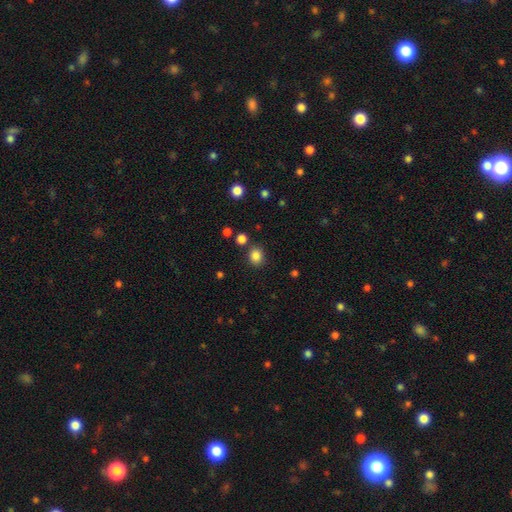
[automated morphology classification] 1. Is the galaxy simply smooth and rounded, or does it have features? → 84% smooth, 12% star or artifact, 4% featured or disk.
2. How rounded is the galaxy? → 70% round, 29% in between, 1% cigar-shaped.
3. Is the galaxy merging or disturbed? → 84% none, 9% minor disturbance, 5% merger, 3% major disturbance.